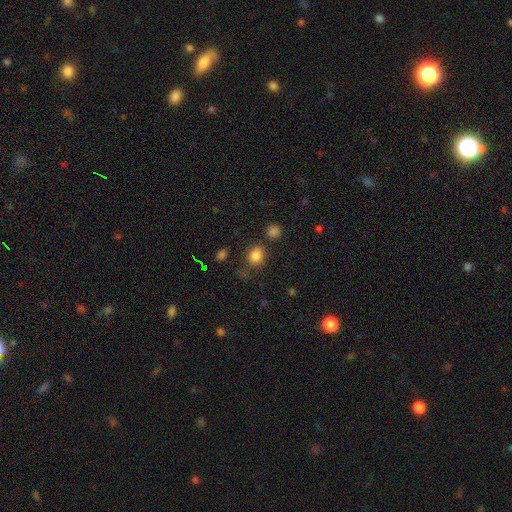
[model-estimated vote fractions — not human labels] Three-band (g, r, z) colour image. It shows a smooth galaxy with no disk features (82%) that is round (64%). Merging: none (74%).